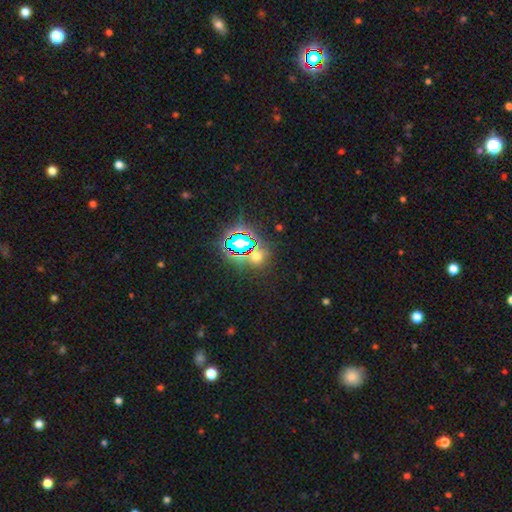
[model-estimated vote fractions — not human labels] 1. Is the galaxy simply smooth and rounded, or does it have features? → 59% star or artifact, 33% smooth, 9% featured or disk.